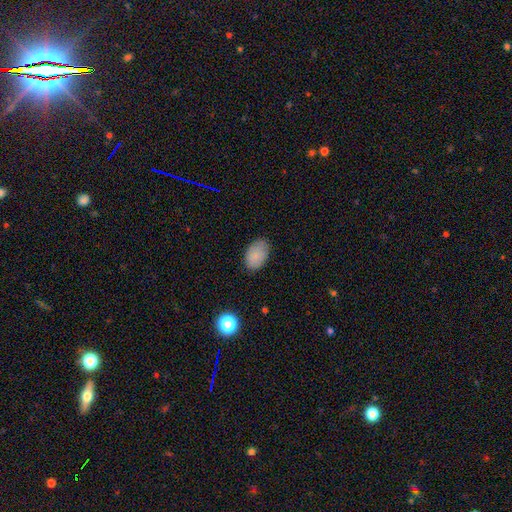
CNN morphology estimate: Smooth or featured?
  - smooth: 85% *
  - star or artifact: 9%
  - featured or disk: 7%
How rounded?
  - in between: 90% *
  - round: 9%
  - cigar-shaped: 1%
Merging?
  - none: 78% *
  - minor disturbance: 17%
  - major disturbance: 3%
  - merger: 1%